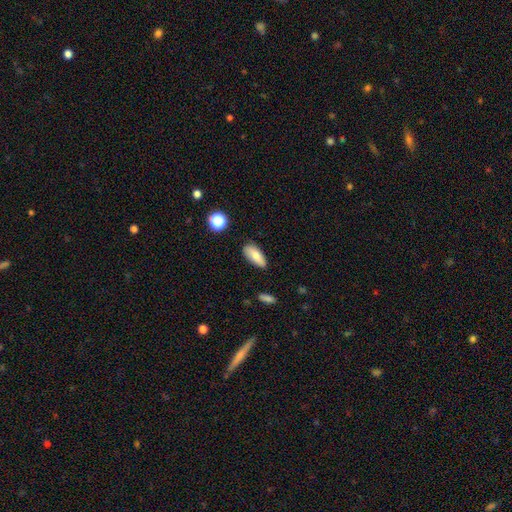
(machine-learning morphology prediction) smooth 80%, featured or disk 12%, star or artifact 8%. Down the decision tree: how rounded — in between (84%); merging — none (79%).